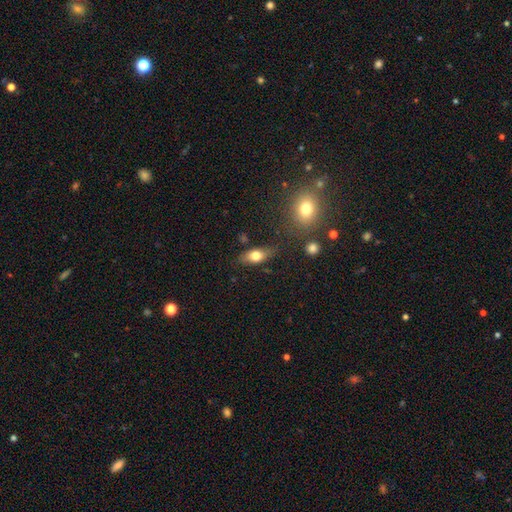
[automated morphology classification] This is likely a smooth galaxy (71%). How rounded: likely in between (78%). Merging: likely none (75%).